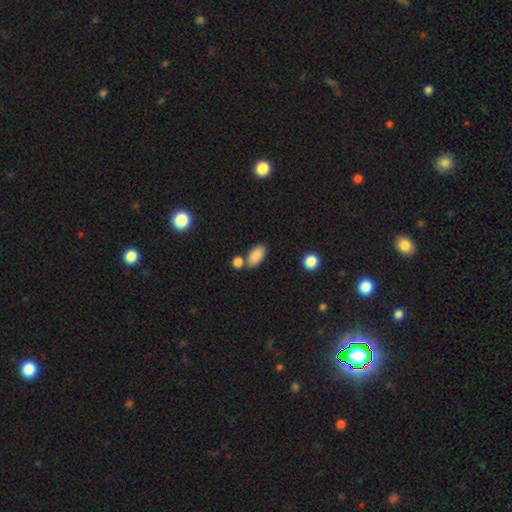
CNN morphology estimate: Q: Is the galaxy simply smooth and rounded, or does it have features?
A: smooth — 87%.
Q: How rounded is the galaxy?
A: in between — 92%.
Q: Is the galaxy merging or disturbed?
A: none — 65%.